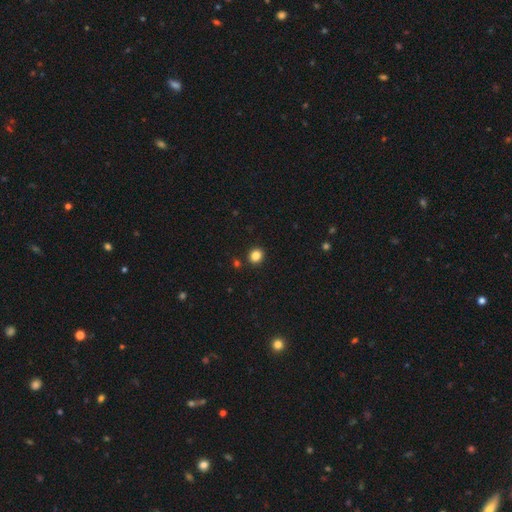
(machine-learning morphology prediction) This appears to be a smooth galaxy with no disk features (85%) that is round (74%). Merging: none (88%).